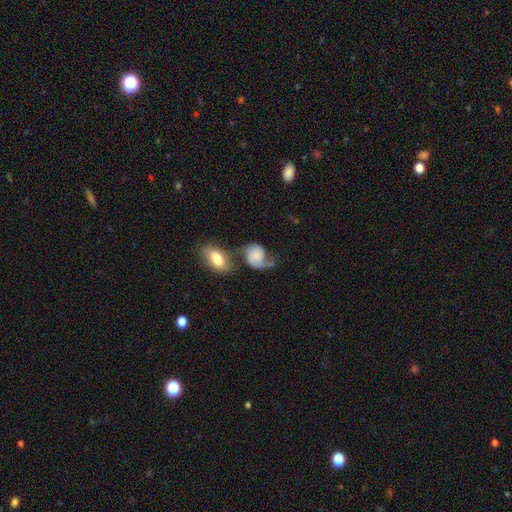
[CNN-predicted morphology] Overall: featured or disk (58%; smooth 34%). Edge-on disk: no (97%). Bar: no (74%). Spiral arms: yes (91%). Spiral arm count: 2 (62%; 1 31%). Spiral winding: loose (44%; medium 37%). Bulge size: none (33%; small 28%). Merging: none (34%; merger 26%).